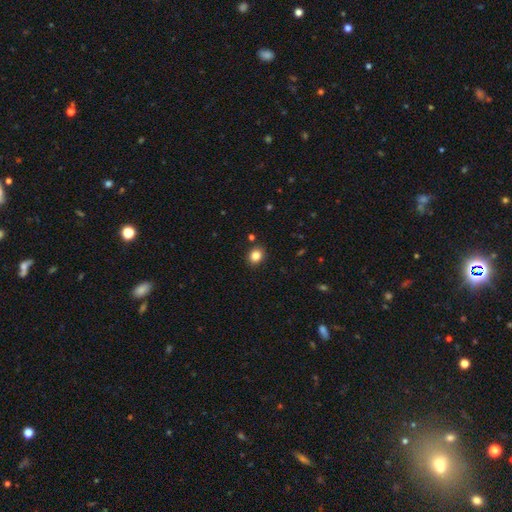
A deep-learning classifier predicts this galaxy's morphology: smooth 84%, star or artifact 11%, featured or disk 5%. Down the decision tree: how rounded — round (65%); merging — none (89%).